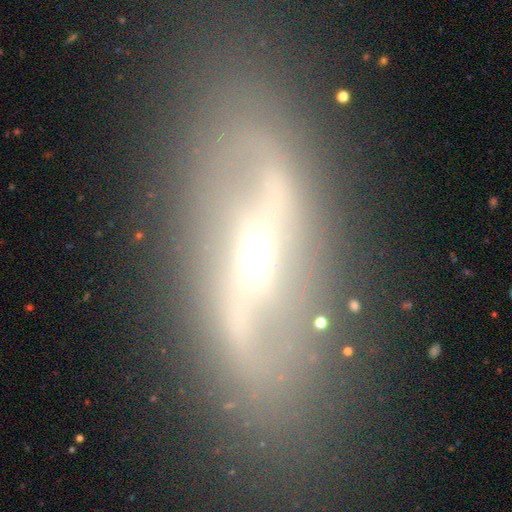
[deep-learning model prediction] The model was most divided on "bar": strong: 45%, weak: 28%, no: 26%. More confident: edge-on disk — no (78%); smooth or featured — featured or disk (78%); spiral arms — yes (73%); merging — none (72%); bulge size — small (71%).